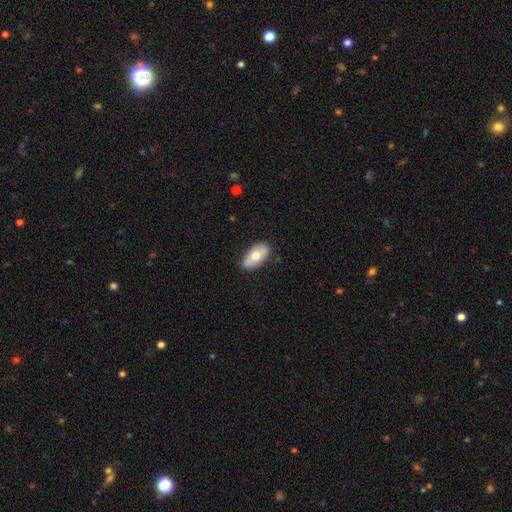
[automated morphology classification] Smooth or featured: smooth — 66% (featured or disk — 28%)
How rounded: in between — 92% (cigar-shaped — 4%)
Merging: none — 79% (minor disturbance — 16%)